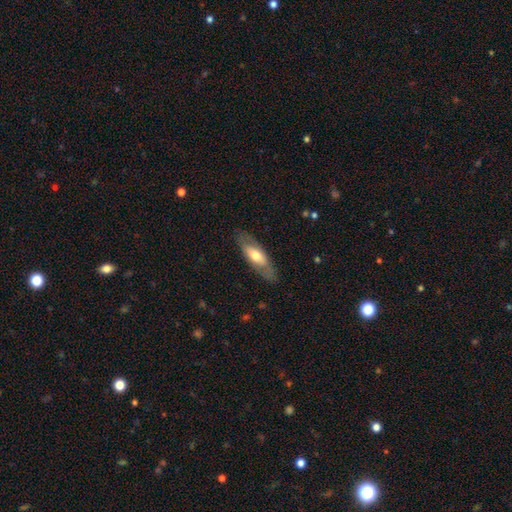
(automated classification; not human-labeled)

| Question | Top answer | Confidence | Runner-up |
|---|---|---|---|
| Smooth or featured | smooth | 52% | featured or disk (42%) |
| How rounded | in between | 64% | cigar-shaped (34%) |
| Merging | none | 81% | minor disturbance (14%) |